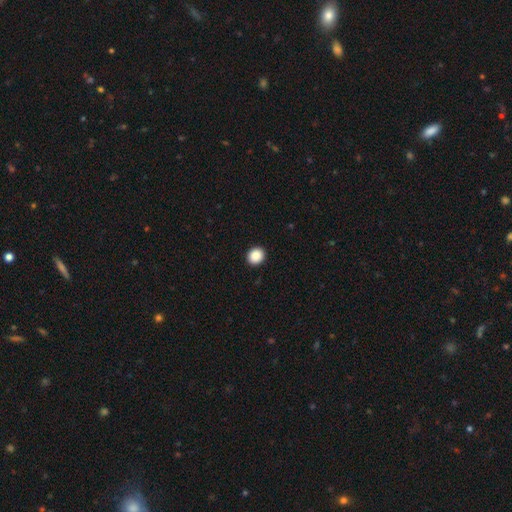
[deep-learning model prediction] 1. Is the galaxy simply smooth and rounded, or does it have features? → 89% smooth, 9% star or artifact, 2% featured or disk.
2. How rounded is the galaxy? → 76% round, 23% in between, 1% cigar-shaped.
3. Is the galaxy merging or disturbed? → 93% none, 5% minor disturbance, 2% major disturbance, 1% merger.